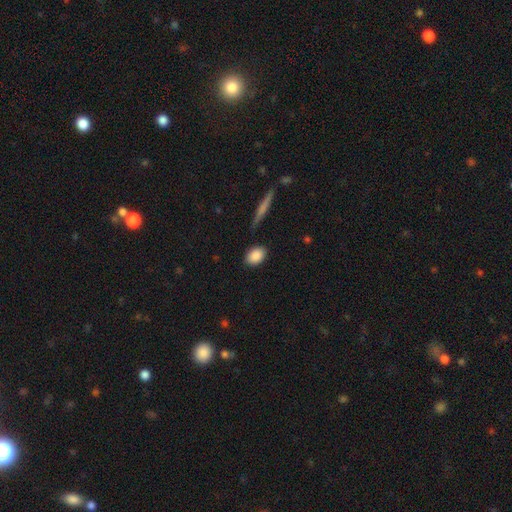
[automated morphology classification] smooth_or_featured: smooth (p=0.88) [alt: star or artifact p=0.07]
how_rounded: in between (p=0.81) [alt: round p=0.17]
merging: none (p=0.85) [alt: minor disturbance p=0.10]